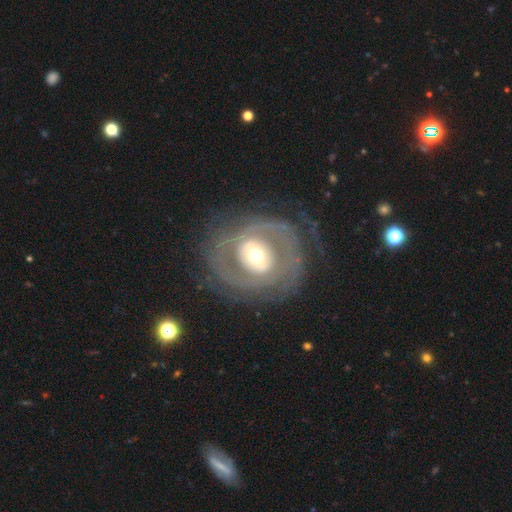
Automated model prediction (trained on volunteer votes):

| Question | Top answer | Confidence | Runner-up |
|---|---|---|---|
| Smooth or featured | featured or disk | 73% | smooth (20%) |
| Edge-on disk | no | 96% | yes (4%) |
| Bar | no | 60% | weak (25%) |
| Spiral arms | yes | 54% | no (46%) |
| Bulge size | moderate | 64% | large (20%) |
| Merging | none | 70% | minor disturbance (14%) |